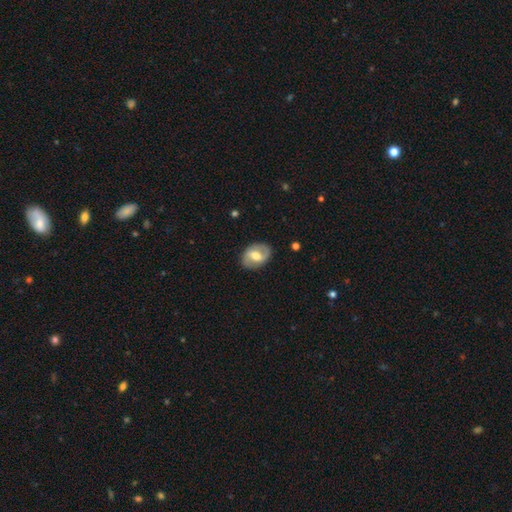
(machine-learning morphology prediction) The model was most divided on "bar": weak: 45%, strong: 35%, no: 20%. More confident: edge-on disk — no (95%); merging — none (84%); bulge size — moderate (73%); spiral arms — yes (72%); smooth or featured — featured or disk (67%).